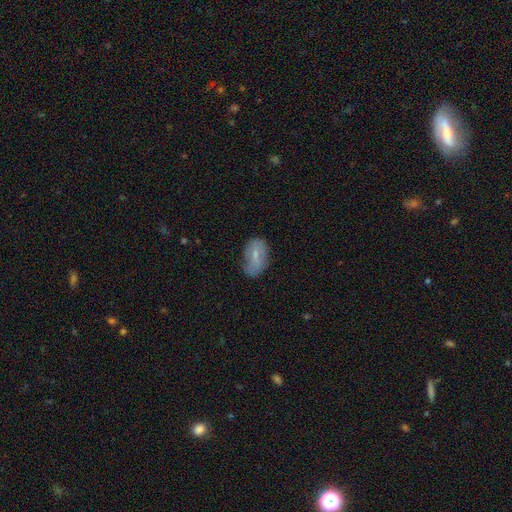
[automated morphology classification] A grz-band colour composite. It shows a smooth galaxy with no disk features (63%) that is in between round and cigar-shaped (90%). Merging: none (57%).